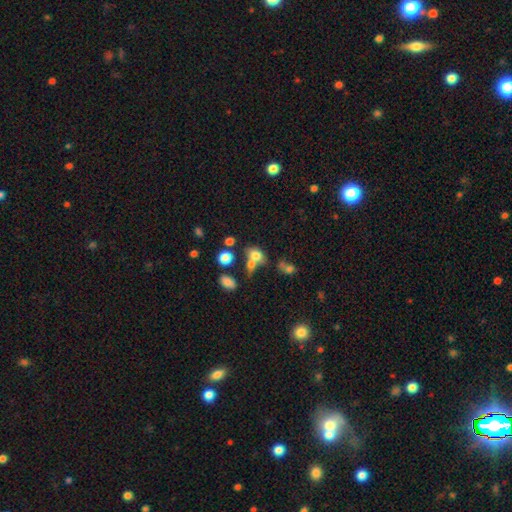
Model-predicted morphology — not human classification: The model was most divided on "merging": merger: 41%, none: 38%, minor disturbance: 13%, major disturbance: 8%. More confident: smooth or featured — smooth (74%); how rounded — in between (72%).